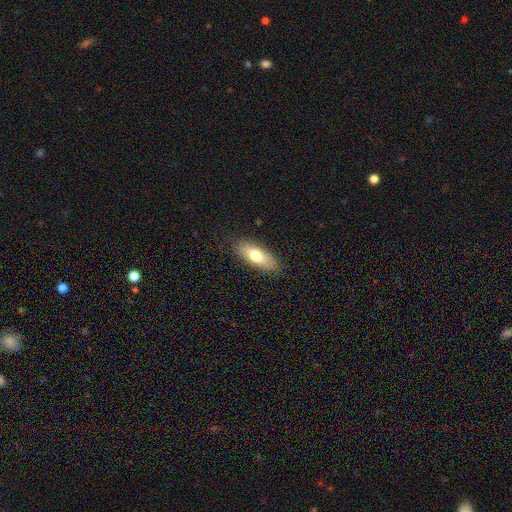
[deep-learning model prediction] smooth 73%, featured or disk 20%, star or artifact 6%. Down the decision tree: how rounded — in between (73%); merging — none (87%).